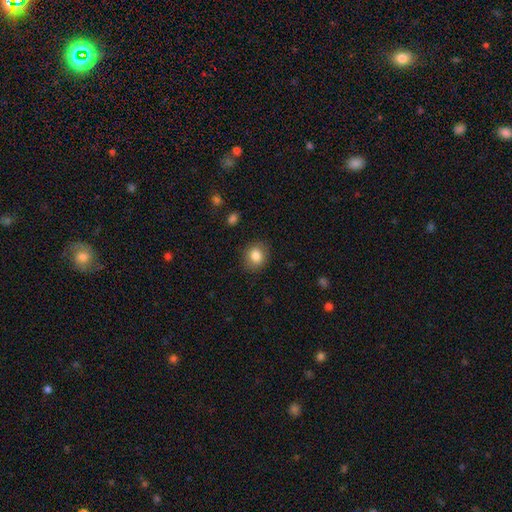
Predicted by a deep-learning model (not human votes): This is clearly a smooth galaxy (84%). How rounded: likely round (68%). Merging: clearly none (86%).